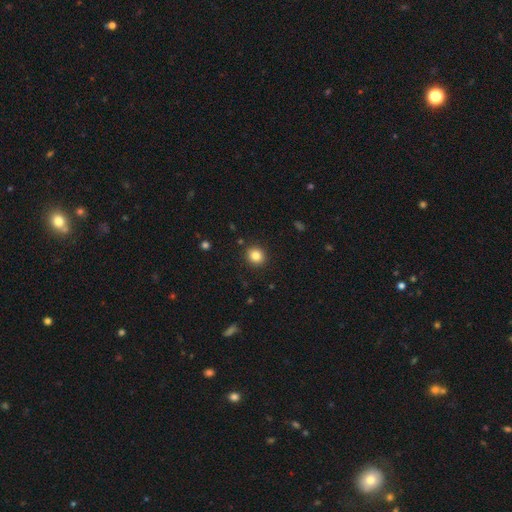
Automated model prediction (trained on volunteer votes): smooth-or-featured: smooth: 82% | star or artifact: 11% | featured or disk: 6%
  how-rounded: round: 83% | in between: 16% | cigar-shaped: 1%
  merging: none: 90% | minor disturbance: 6% | major disturbance: 2% | merger: 1%